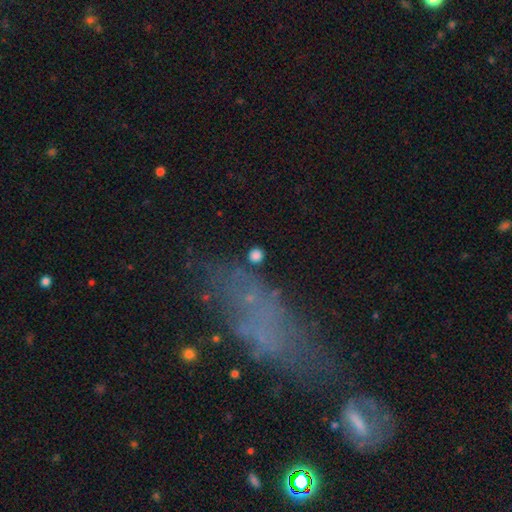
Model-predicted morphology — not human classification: This appears to be a smooth galaxy with no disk features (81%) that is round (92%). Merging: none (86%).